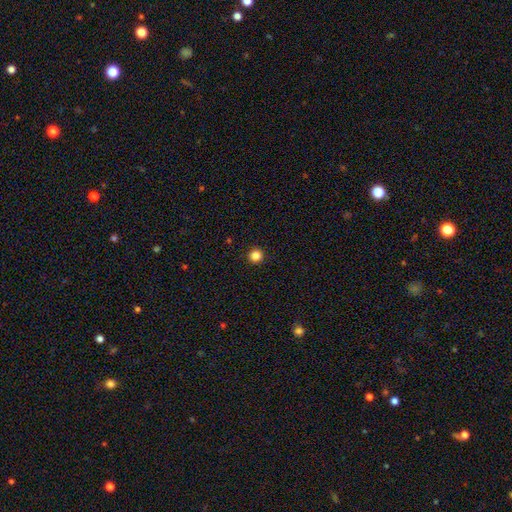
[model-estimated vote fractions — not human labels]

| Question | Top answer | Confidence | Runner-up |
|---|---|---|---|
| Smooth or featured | smooth | 84% | star or artifact (12%) |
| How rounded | round | 95% | in between (4%) |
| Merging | none | 93% | minor disturbance (4%) |